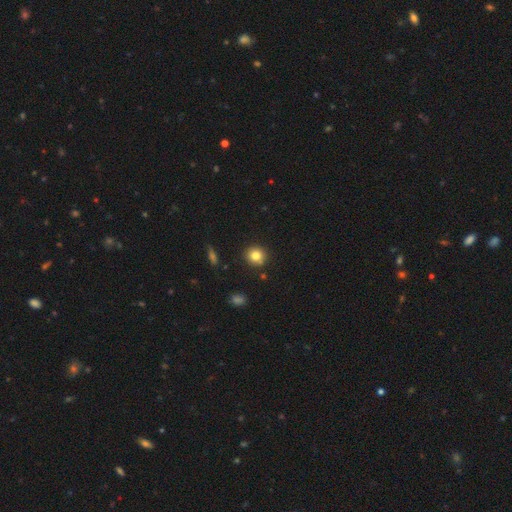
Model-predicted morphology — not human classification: The model was most divided on "smooth or featured": smooth: 82%, star or artifact: 11%, featured or disk: 8%. More confident: how rounded — round (87%); merging — none (87%).